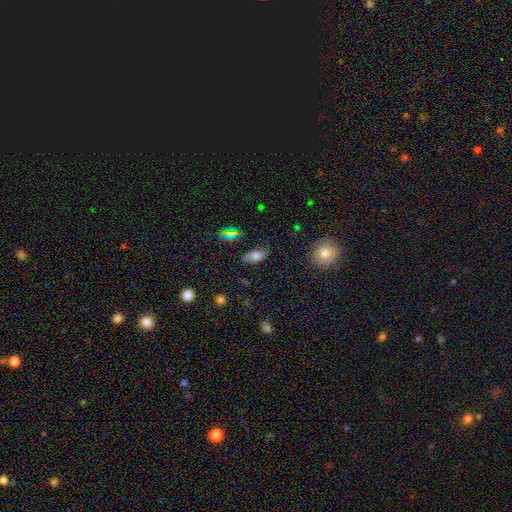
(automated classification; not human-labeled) The model was most divided on "smooth or featured": smooth: 63%, featured or disk: 20%, star or artifact: 17%. More confident: how rounded — in between (87%); merging — none (68%).